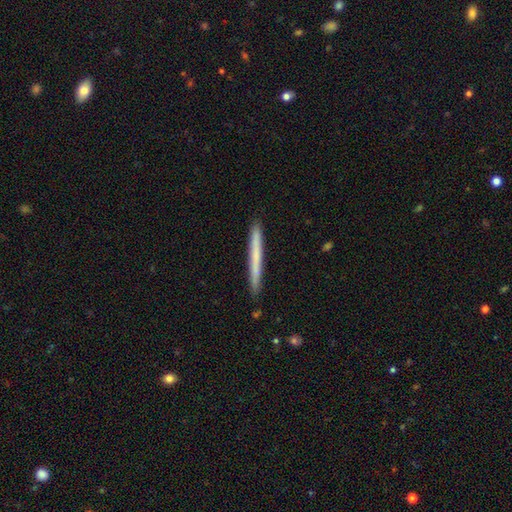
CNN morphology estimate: Smooth or featured?
  - smooth: 61% *
  - featured or disk: 34%
  - star or artifact: 6%
How rounded?
  - cigar-shaped: 97% *
  - in between: 1%
  - round: 1%
Merging?
  - none: 91% *
  - minor disturbance: 6%
  - major disturbance: 1%
  - merger: 1%